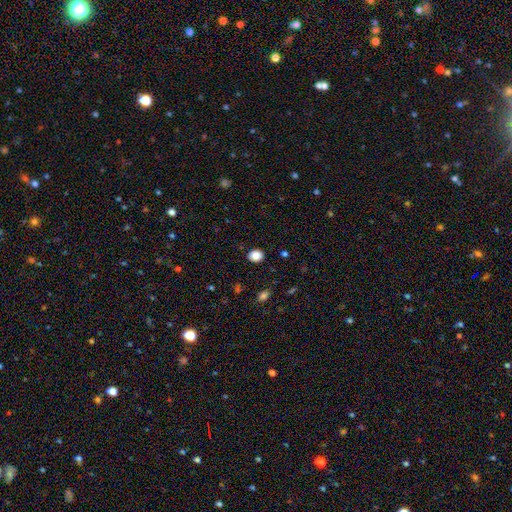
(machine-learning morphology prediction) This appears to be a smooth galaxy with no disk features (87%) that is round (60%). Merging: none (89%).